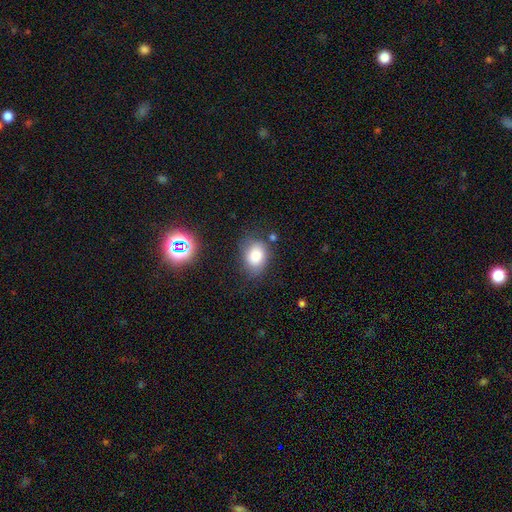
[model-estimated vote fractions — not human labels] Overall: smooth (81%). How rounded: in between (69%; round 30%). Merging: none (69%).